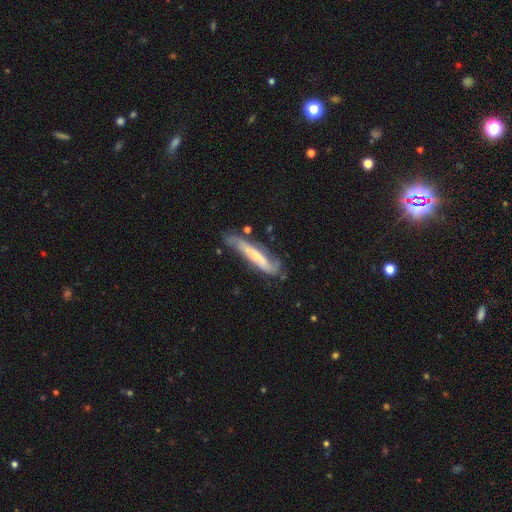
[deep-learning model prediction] Q: Smooth or featured?
A: featured or disk (64%); runner-up: smooth (29%)
Q: Edge-on disk?
A: no (54%); runner-up: yes (46%)
Q: Merging?
A: none (57%); runner-up: minor disturbance (27%)